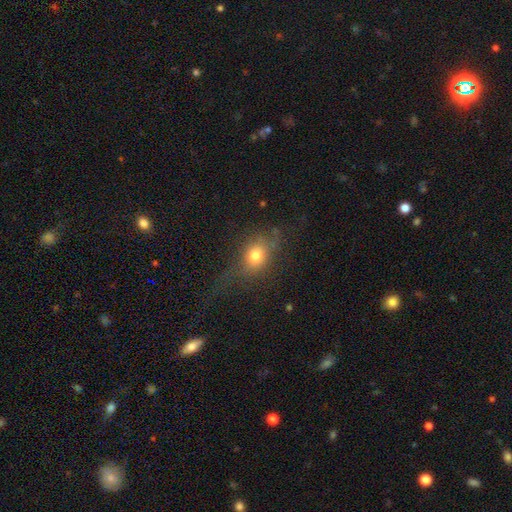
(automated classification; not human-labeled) Smooth or featured? smooth (71%)
How rounded? in between (60%)
Merging? none (48%)